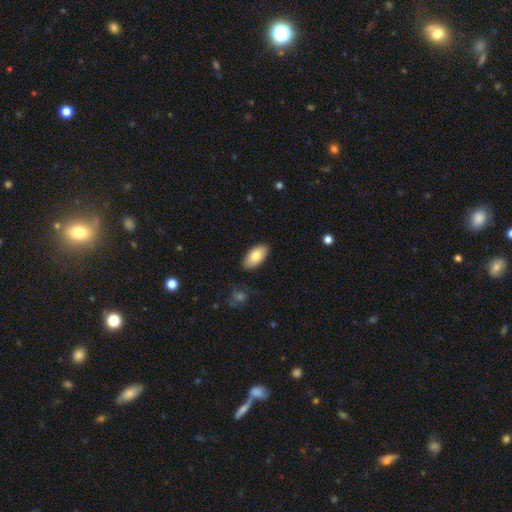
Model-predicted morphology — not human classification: type=smooth (80%); roundness=in between (94%); merging=none (88%).